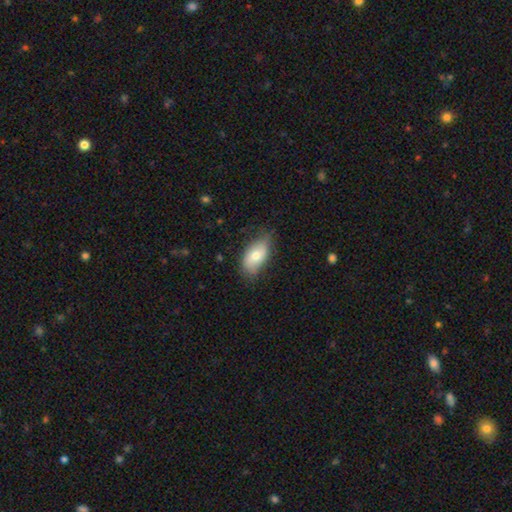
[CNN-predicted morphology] smooth_or_featured: smooth (p=0.69) [alt: featured or disk p=0.25]
how_rounded: in between (p=0.93) [alt: round p=0.04]
merging: none (p=0.68) [alt: minor disturbance p=0.26]